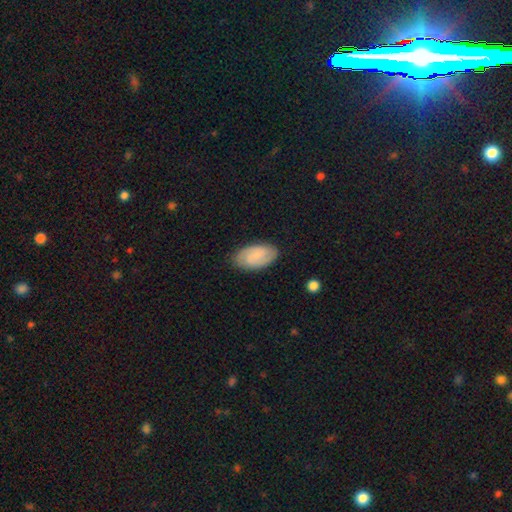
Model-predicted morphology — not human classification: This is possibly a smooth galaxy (53%). How rounded: clearly in between (94%). Merging: clearly none (83%).